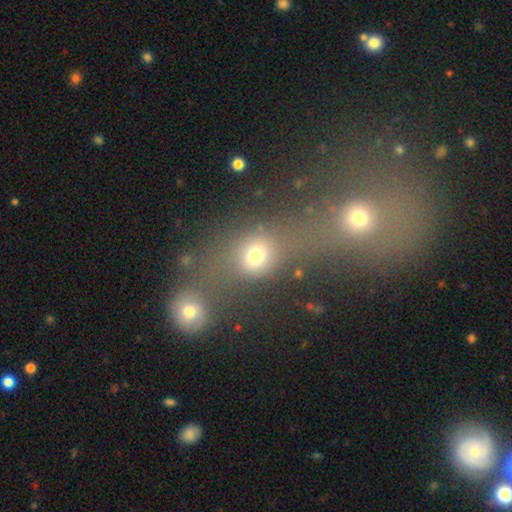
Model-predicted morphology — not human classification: A smooth galaxy with no disk features (66%) that is round (71%).

Vote fractions:
- Smooth or featured? smooth: 66% / star or artifact: 22% / featured or disk: 12%
- How rounded? round: 71% / in between: 26% / cigar-shaped: 2%
- Merging? merger: 55% / none: 31% / major disturbance: 7% / minor disturbance: 7%